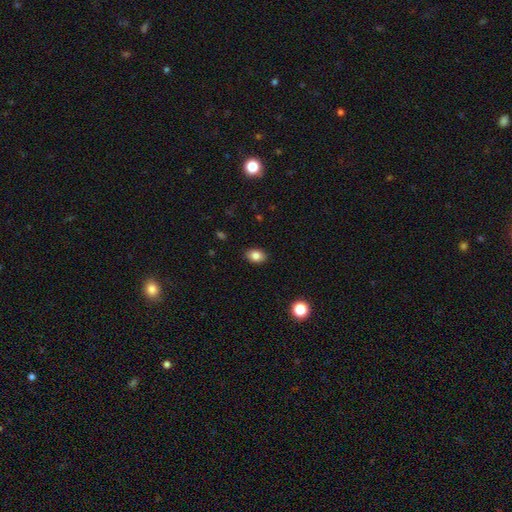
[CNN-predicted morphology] This appears to be a smooth galaxy with no disk features (84%) that is in between round and cigar-shaped (78%). Merging: none (88%).